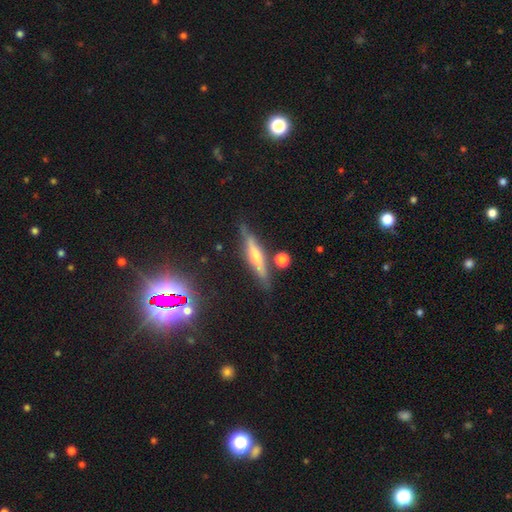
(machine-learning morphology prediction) Smooth or featured? featured or disk (58%)
Edge-on disk? yes (93%)
Edge-on bulge? rounded (56%)
Merging? none (81%)